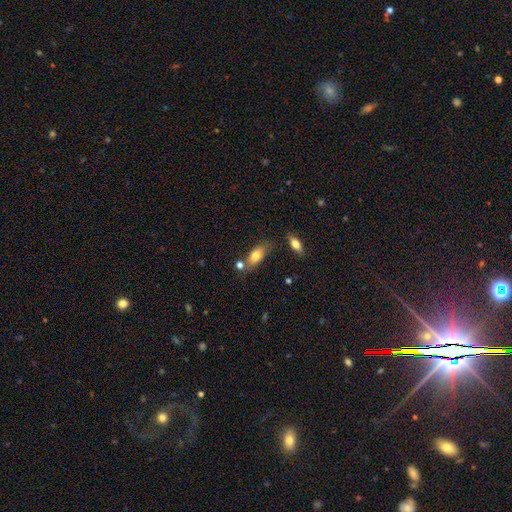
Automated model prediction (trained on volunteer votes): Q: Smooth or featured?
A: smooth (75%); runner-up: featured or disk (17%)
Q: How rounded?
A: in between (81%); runner-up: cigar-shaped (14%)
Q: Merging?
A: none (62%); runner-up: merger (17%)